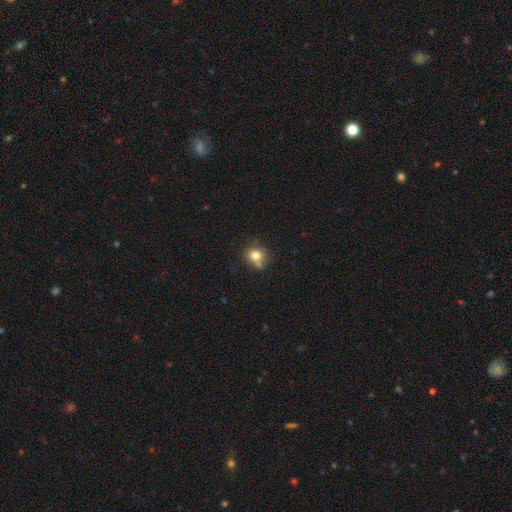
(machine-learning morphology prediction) A smooth galaxy with no disk features (77%) that is round (71%). Merging: none (57%).